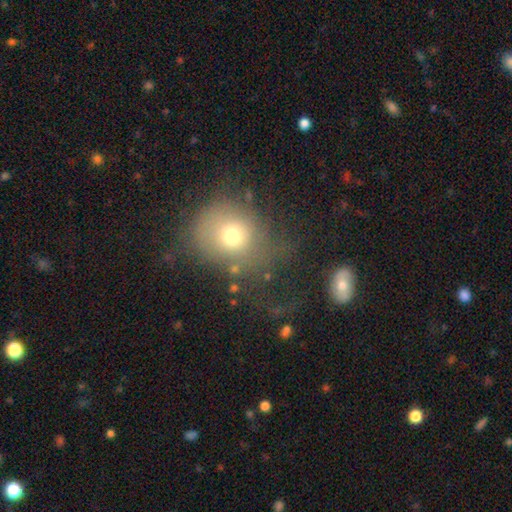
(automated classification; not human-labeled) Q: Smooth or featured?
A: smooth (60%); runner-up: star or artifact (23%)
Q: How rounded?
A: round (75%); runner-up: in between (24%)
Q: Merging?
A: none (59%); runner-up: minor disturbance (22%)